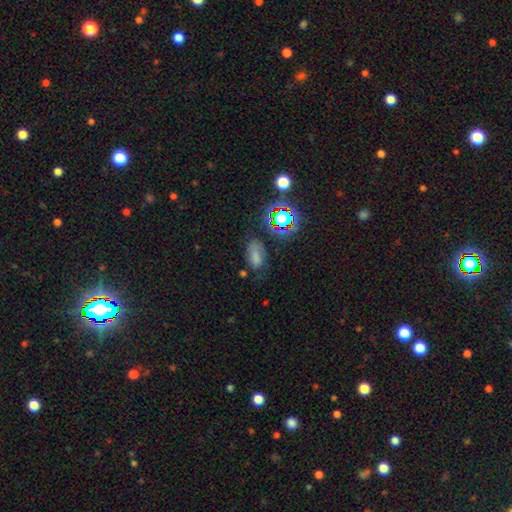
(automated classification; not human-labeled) Overall: smooth (63%). How rounded: in between (88%). Merging: none (60%; minor disturbance 25%).